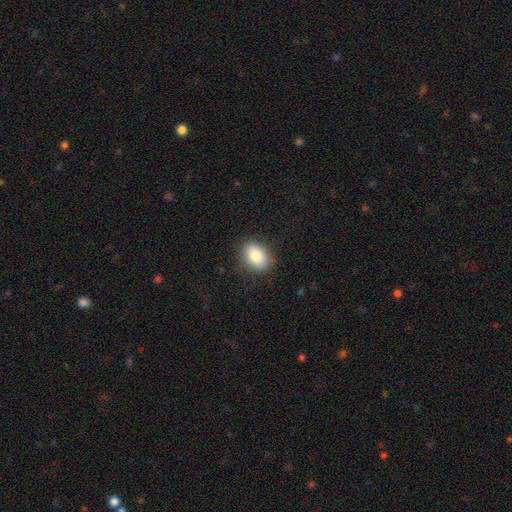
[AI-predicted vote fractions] This appears to be a smooth galaxy with no disk features (83%) that is in between round and cigar-shaped (74%). Merging: none (84%).